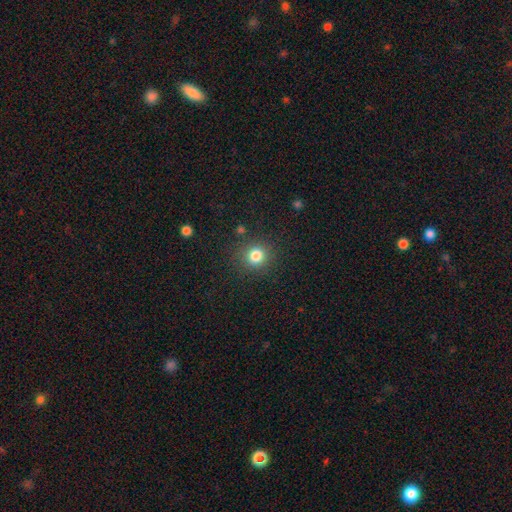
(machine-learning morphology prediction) type=smooth (82%); roundness=round (90%); merging=none (87%).